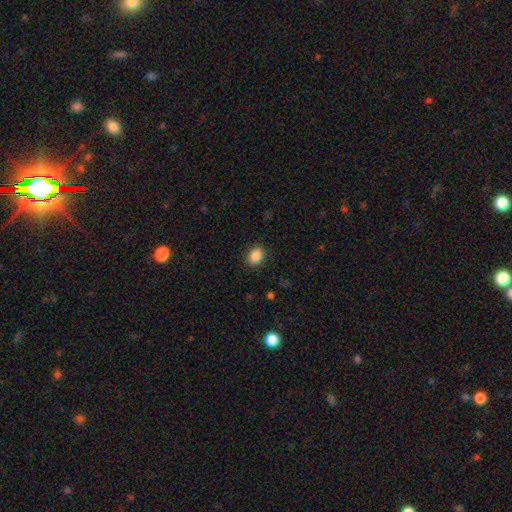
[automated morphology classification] type=smooth (87%); roundness=in between (64%); merging=none (88%).